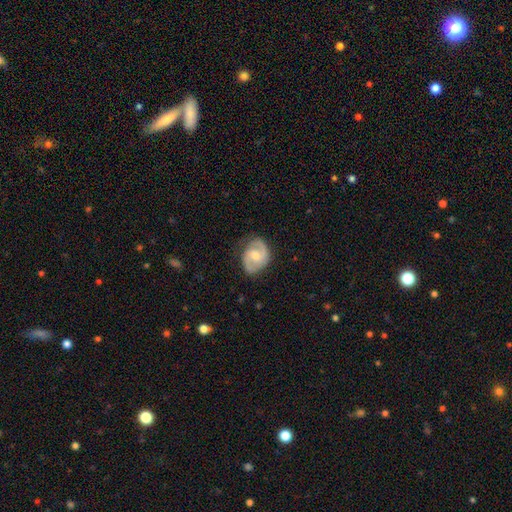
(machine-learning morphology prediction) smooth_or_featured: featured or disk (p=0.82) [alt: smooth p=0.13]
disk_edge_on: no (p=0.98) [alt: yes p=0.02]
bar: no (p=0.47) [alt: weak p=0.44]
has_spiral_arms: yes (p=0.95) [alt: no p=0.05]
spiral_winding: medium (p=0.53) [alt: tight p=0.30]
spiral_arm_count: 2 (p=0.89) [alt: can't tell p=0.04]
bulge_size: moderate (p=0.61) [alt: small p=0.33]
merging: none (p=0.76) [alt: minor disturbance p=0.17]